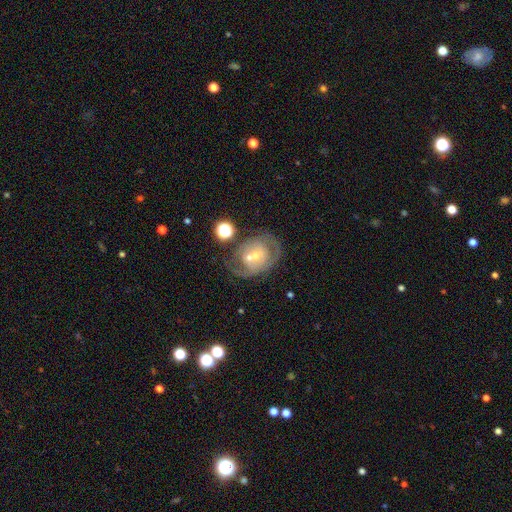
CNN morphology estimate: This appears to be a featured or disk galaxy (65%) with no bar (60%), spiral arms (64%) and a small central bulge (52%). Merging: none (37%).